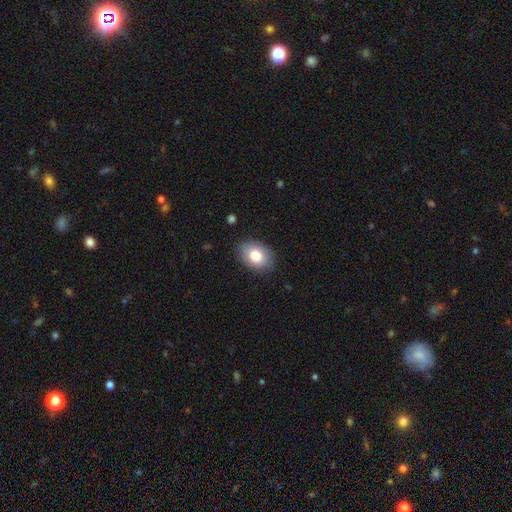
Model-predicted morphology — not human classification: smooth 79%, featured or disk 13%, star or artifact 8%. Down the decision tree: how rounded — in between (78%); merging — none (83%).